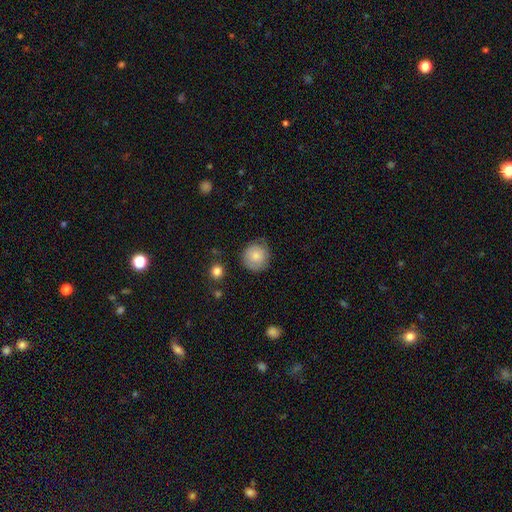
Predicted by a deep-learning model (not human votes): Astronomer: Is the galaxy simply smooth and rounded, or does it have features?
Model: smooth — 76%.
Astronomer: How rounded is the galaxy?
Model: round — 92%.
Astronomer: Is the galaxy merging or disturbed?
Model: none — 76%.